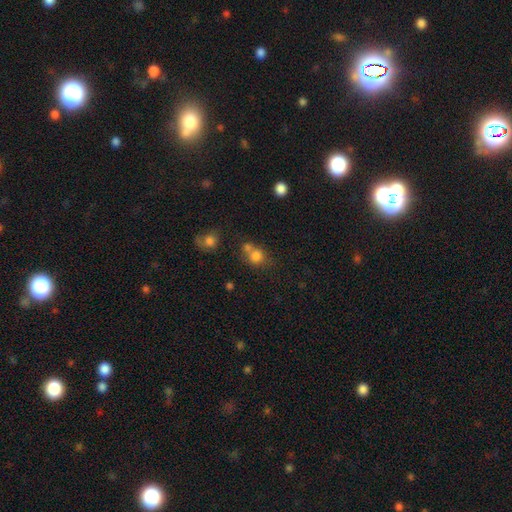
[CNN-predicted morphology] A smooth galaxy with no disk features (76%) that is round (76%).

Vote fractions:
- Smooth or featured? smooth: 76% / star or artifact: 14% / featured or disk: 10%
- How rounded? round: 76% / in between: 22% / cigar-shaped: 1%
- Merging? none: 45% / merger: 39% / minor disturbance: 11% / major disturbance: 5%